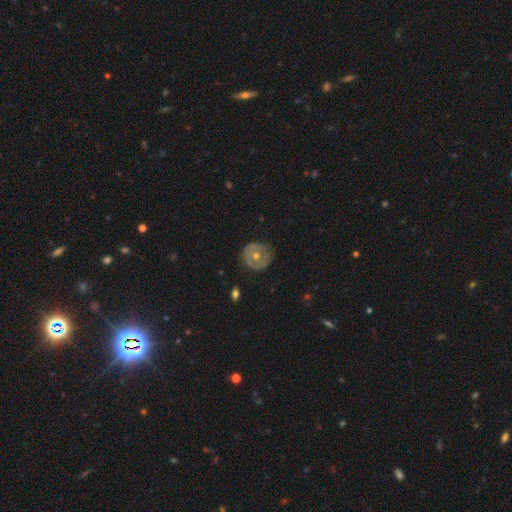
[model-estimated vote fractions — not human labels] Overall: featured or disk (52%; smooth 41%). Edge-on disk: no (95%). Merging: none (73%).